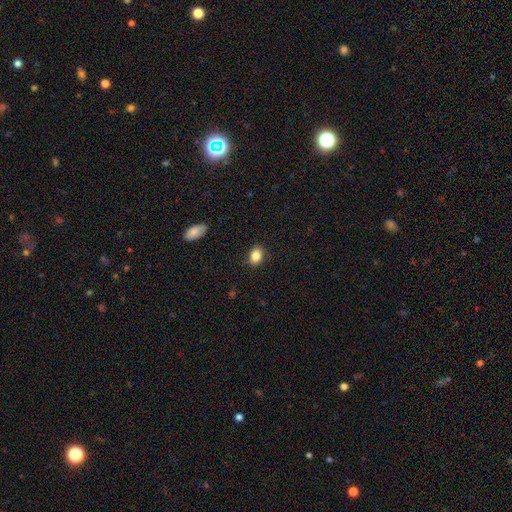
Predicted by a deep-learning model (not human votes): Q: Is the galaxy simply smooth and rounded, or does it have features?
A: smooth — 85%.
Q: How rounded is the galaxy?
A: in between — 72%.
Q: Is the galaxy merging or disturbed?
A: none — 87%.